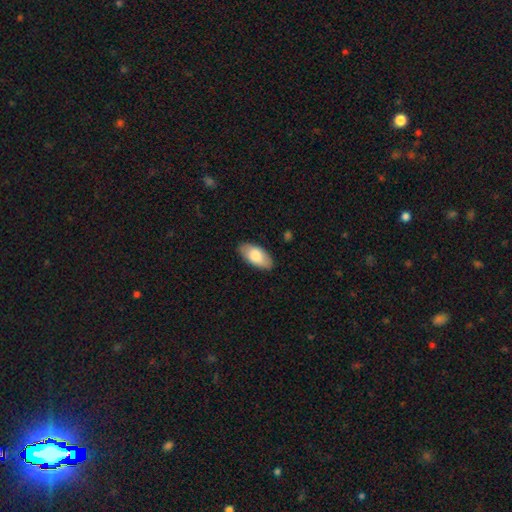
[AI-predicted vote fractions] smooth_or_featured: smooth (p=0.82) [alt: featured or disk p=0.13]
how_rounded: in between (p=0.94) [alt: cigar-shaped p=0.04]
merging: none (p=0.86) [alt: minor disturbance p=0.11]